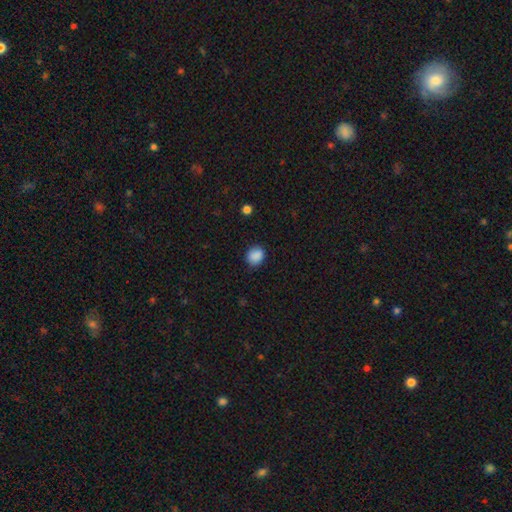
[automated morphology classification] This is clearly a smooth galaxy (88%). How rounded: likely round (69%). Merging: clearly none (83%).